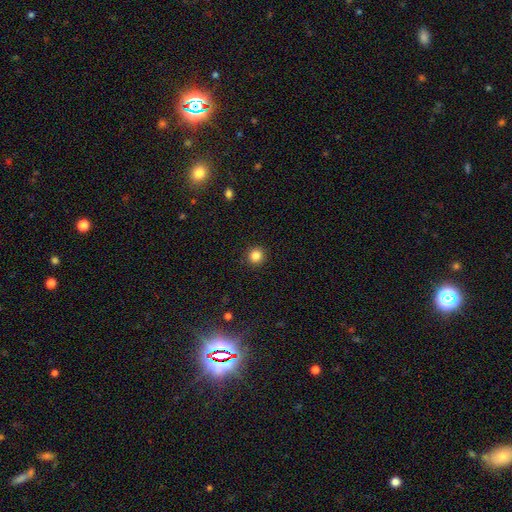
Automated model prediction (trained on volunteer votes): A smooth galaxy with no disk features (84%) that is round (94%). Merging: none (93%).